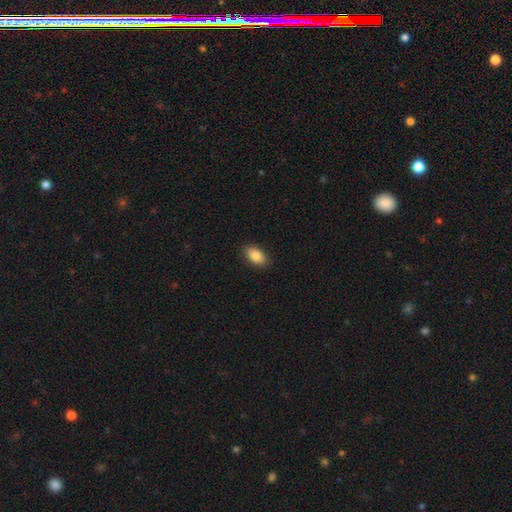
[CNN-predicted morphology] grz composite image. It shows a smooth galaxy with no disk features (86%) that is in between round and cigar-shaped (91%). Merging: none (88%).